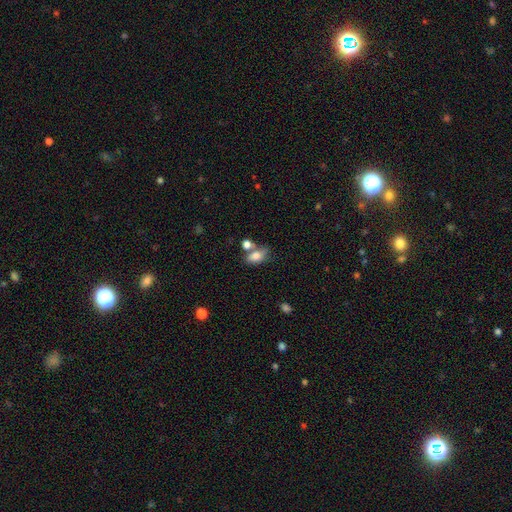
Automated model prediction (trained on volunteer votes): Smooth or featured?
  - smooth: 76% *
  - featured or disk: 14%
  - star or artifact: 9%
How rounded?
  - in between: 84% *
  - round: 12%
  - cigar-shaped: 4%
Merging?
  - none: 45% *
  - merger: 31%
  - minor disturbance: 16%
  - major disturbance: 8%